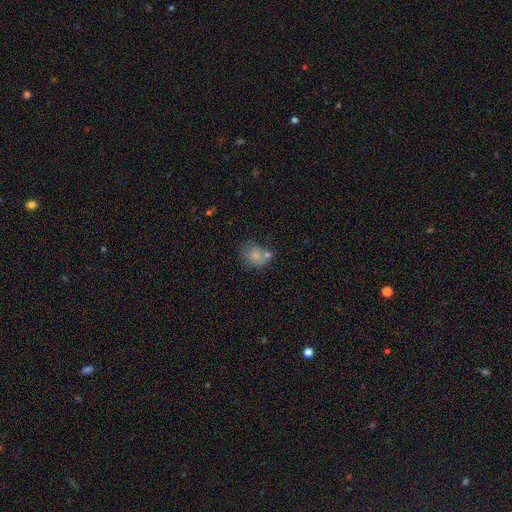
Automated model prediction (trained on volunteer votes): smooth 76%, featured or disk 14%, star or artifact 10%. Down the decision tree: how rounded — round (64%); merging — none (44%).